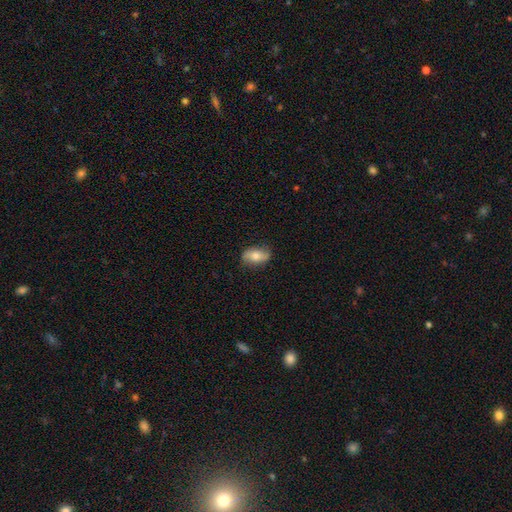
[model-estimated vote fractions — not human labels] Overall: smooth (59%; featured or disk 34%). How rounded: in between (87%). Merging: none (80%).